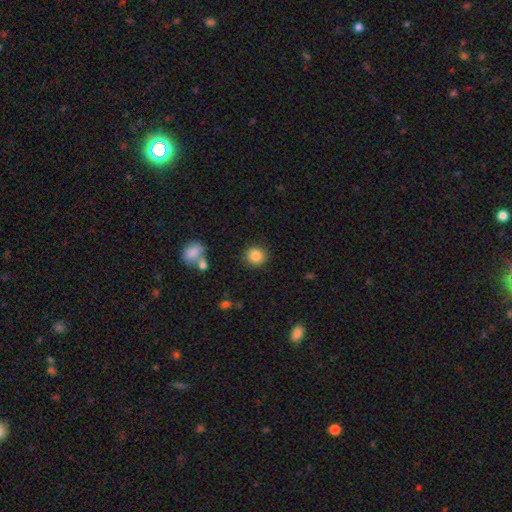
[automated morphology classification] Smooth or featured?
  - smooth: 86% *
  - star or artifact: 9%
  - featured or disk: 5%
How rounded?
  - round: 90% *
  - in between: 9%
  - cigar-shaped: 1%
Merging?
  - none: 87% *
  - minor disturbance: 8%
  - major disturbance: 3%
  - merger: 3%